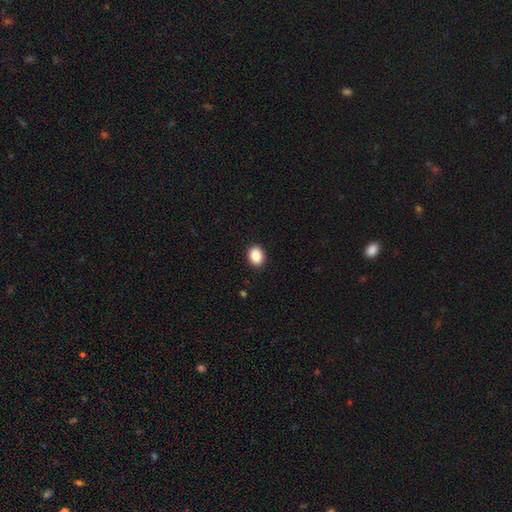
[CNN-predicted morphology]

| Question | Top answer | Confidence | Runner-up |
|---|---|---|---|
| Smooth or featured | smooth | 89% | star or artifact (8%) |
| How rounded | in between | 60% | round (39%) |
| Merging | none | 90% | minor disturbance (7%) |